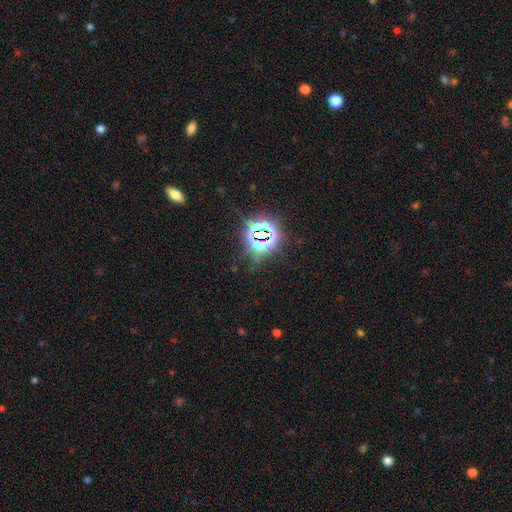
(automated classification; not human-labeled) Q: Smooth or featured?
A: star or artifact (80%); runner-up: smooth (12%)